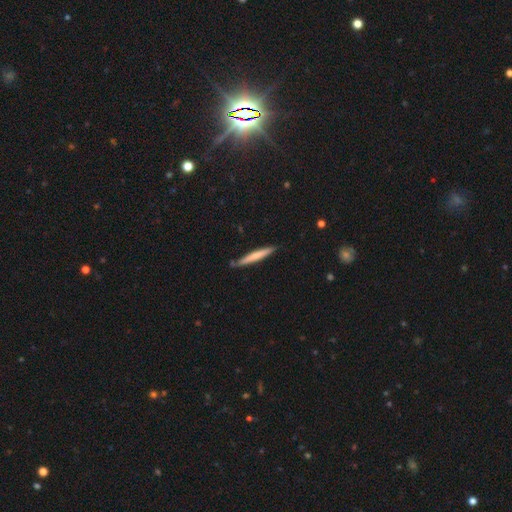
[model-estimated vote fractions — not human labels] Smooth or featured: smooth — 64% (featured or disk — 31%)
How rounded: cigar-shaped — 96% (in between — 3%)
Merging: none — 82% (minor disturbance — 13%)